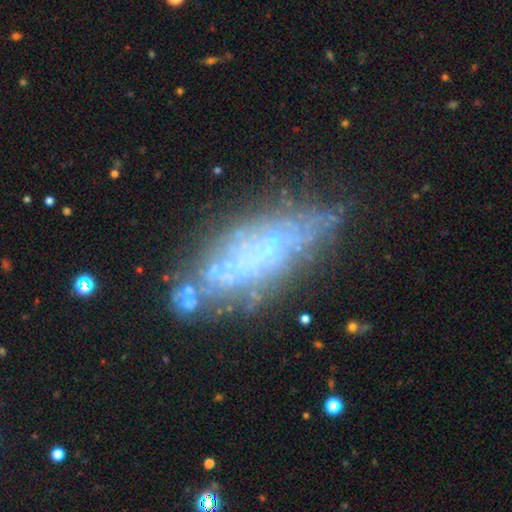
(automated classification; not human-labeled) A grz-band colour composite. It shows a featured or disk galaxy (58%). Merging: none (62%).